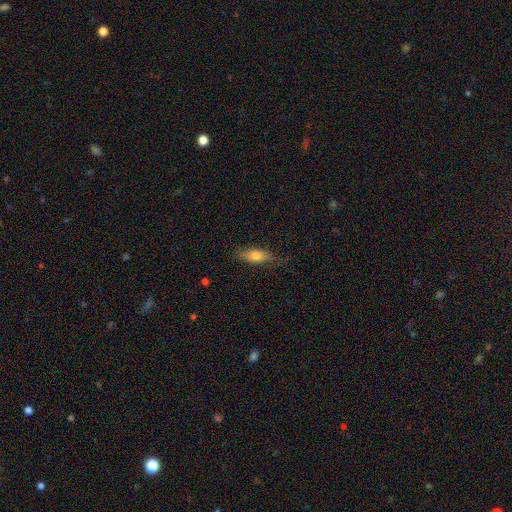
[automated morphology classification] A smooth galaxy with no disk features (69%) that is in between round and cigar-shaped (63%).

Vote fractions:
- Smooth or featured? smooth: 69% / featured or disk: 24% / star or artifact: 7%
- How rounded? in between: 63% / cigar-shaped: 34% / round: 3%
- Merging? none: 75% / minor disturbance: 19% / major disturbance: 5% / merger: 1%